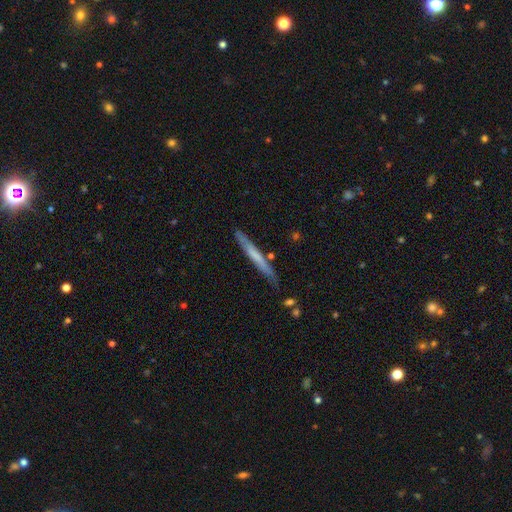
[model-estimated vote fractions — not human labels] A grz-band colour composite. It shows a smooth galaxy with no disk features (52%) that is cigar-shaped (97%). Merging: none (83%).